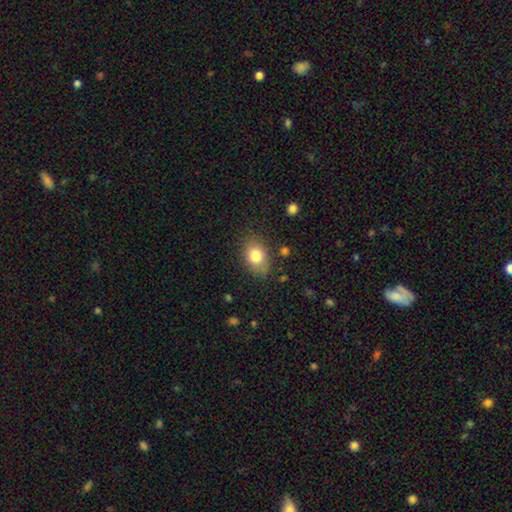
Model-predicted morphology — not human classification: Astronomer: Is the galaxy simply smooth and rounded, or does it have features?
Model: smooth — 79%.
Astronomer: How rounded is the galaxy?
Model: in between — 75%.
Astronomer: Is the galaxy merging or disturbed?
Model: none — 79%.